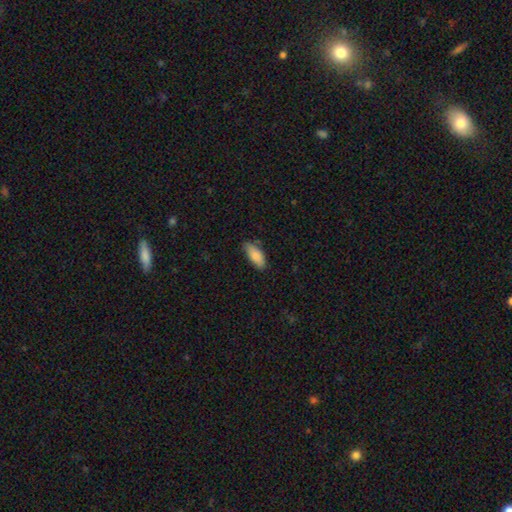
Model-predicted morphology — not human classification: A smooth galaxy with no disk features (86%) that is in between round and cigar-shaped (82%).

Vote fractions:
- Smooth or featured? smooth: 86% / featured or disk: 7% / star or artifact: 6%
- How rounded? in between: 82% / cigar-shaped: 16% / round: 2%
- Merging? none: 72% / minor disturbance: 22% / major disturbance: 3% / merger: 2%